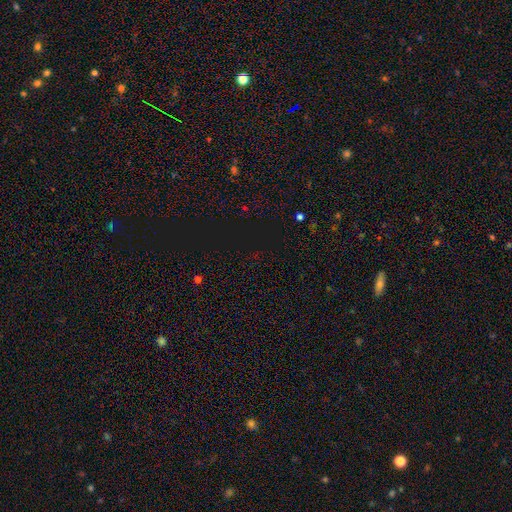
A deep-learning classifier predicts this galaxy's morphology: Smooth or featured: star or artifact — 74% (smooth — 19%)